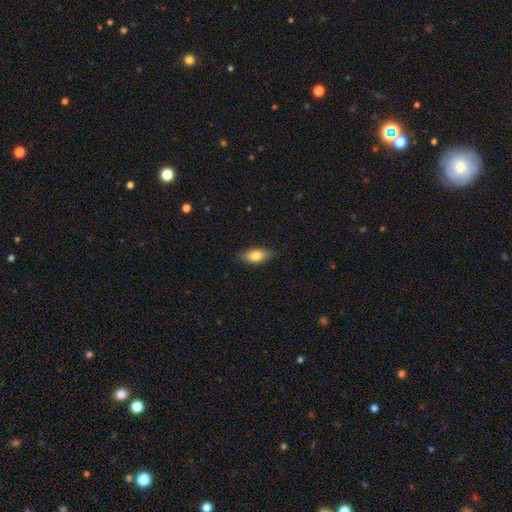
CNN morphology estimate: Smooth or featured? smooth (74%)
How rounded? in between (82%)
Merging? none (81%)